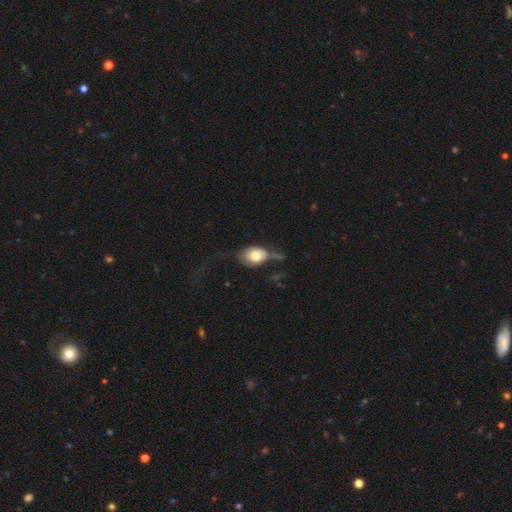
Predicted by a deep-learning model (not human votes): Q: Smooth or featured?
A: smooth (61%); runner-up: featured or disk (31%)
Q: How rounded?
A: in between (69%); runner-up: round (29%)
Q: Merging?
A: major disturbance (38%); runner-up: none (28%)